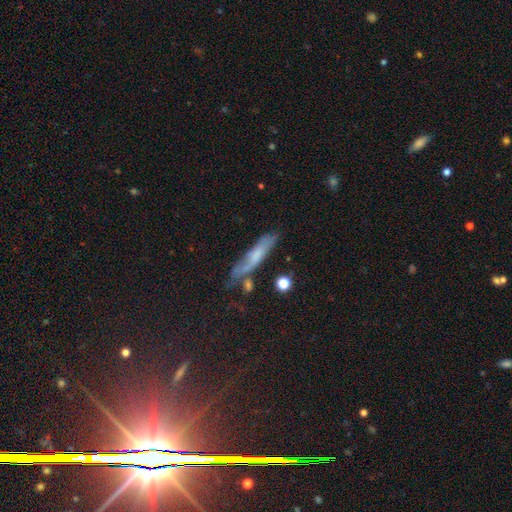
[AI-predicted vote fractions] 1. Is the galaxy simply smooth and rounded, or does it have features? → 47% smooth, 40% featured or disk, 13% star or artifact.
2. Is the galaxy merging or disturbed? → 52% none, 26% minor disturbance, 12% major disturbance, 10% merger.